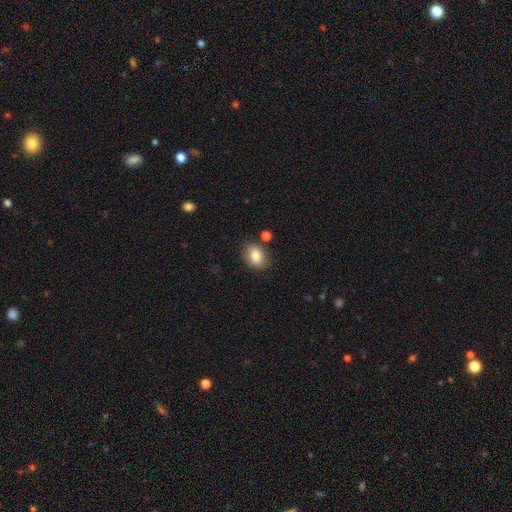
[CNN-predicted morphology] smooth-or-featured: smooth: 82% | star or artifact: 9% | featured or disk: 9%
  how-rounded: in between: 62% | round: 37% | cigar-shaped: 1%
  merging: none: 79% | minor disturbance: 13% | merger: 5% | major disturbance: 3%